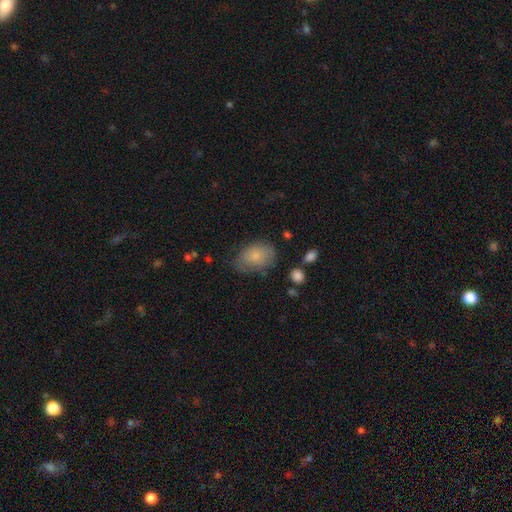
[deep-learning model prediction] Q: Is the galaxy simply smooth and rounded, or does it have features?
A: smooth — 76%.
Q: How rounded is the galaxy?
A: in between — 79%.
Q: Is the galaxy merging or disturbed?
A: none — 60%.